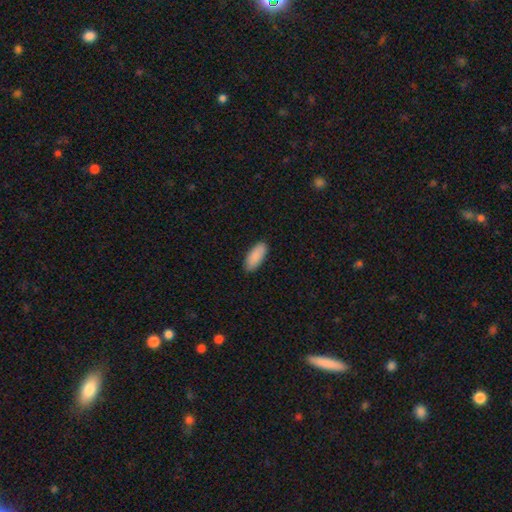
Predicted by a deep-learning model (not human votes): Smooth or featured: smooth — 90% (star or artifact — 5%)
How rounded: in between — 87% (cigar-shaped — 11%)
Merging: none — 88% (minor disturbance — 10%)